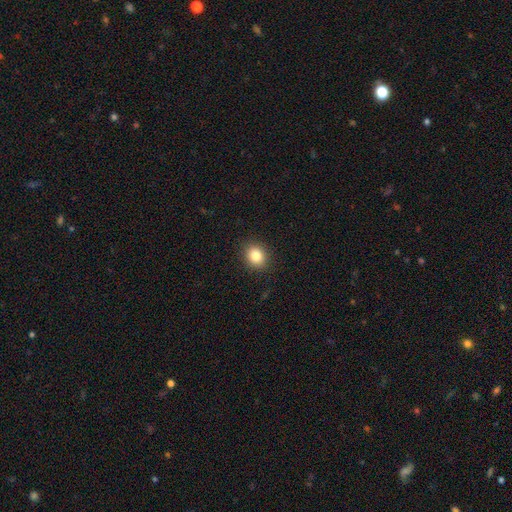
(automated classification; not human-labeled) A smooth galaxy with no disk features (84%) that is round (64%).

Vote fractions:
- Smooth or featured? smooth: 84% / star or artifact: 10% / featured or disk: 6%
- How rounded? round: 64% / in between: 35% / cigar-shaped: 1%
- Merging? none: 90% / minor disturbance: 7% / major disturbance: 2% / merger: 1%